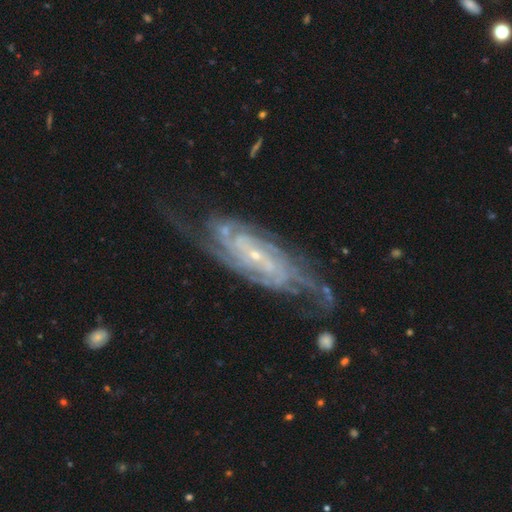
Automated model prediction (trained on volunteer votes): The model was most divided on "spiral arm count": 2: 27%, can't tell: 22%, 3: 19%, 4: 17%, more than 4: 8%, 1: 7%. Remaining: spiral arms — yes (98%); edge-on disk — no (92%); smooth or featured — featured or disk (90%); bulge size — small (82%); merging — none (67%); spiral winding — tight (61%); bar — no (49%).